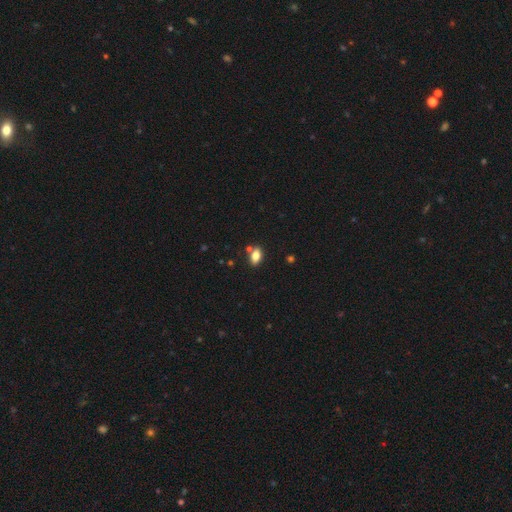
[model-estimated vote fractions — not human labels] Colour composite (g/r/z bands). It shows a smooth galaxy with no disk features (81%) that is in between round and cigar-shaped (89%). Merging: none (75%).